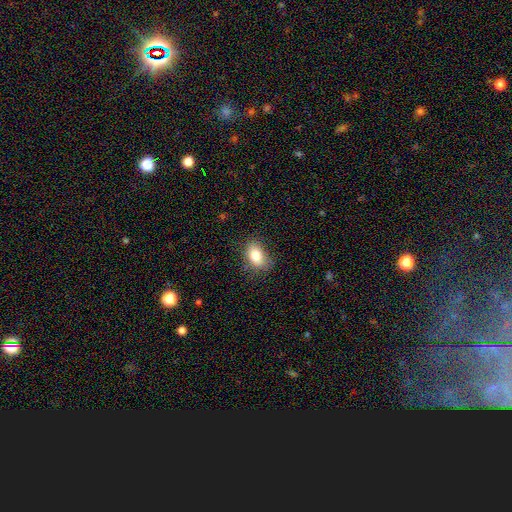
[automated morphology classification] smooth_or_featured: smooth (p=0.83) [alt: star or artifact p=0.09]
how_rounded: in between (p=0.85) [alt: round p=0.14]
merging: none (p=0.74) [alt: minor disturbance p=0.20]